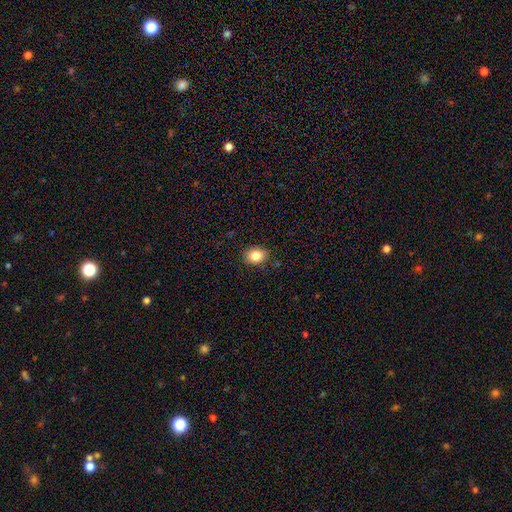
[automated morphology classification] Smooth or featured? Predicted: smooth (p=0.84). How rounded? Predicted: in between (p=0.52). Merging? Predicted: none (p=0.86).